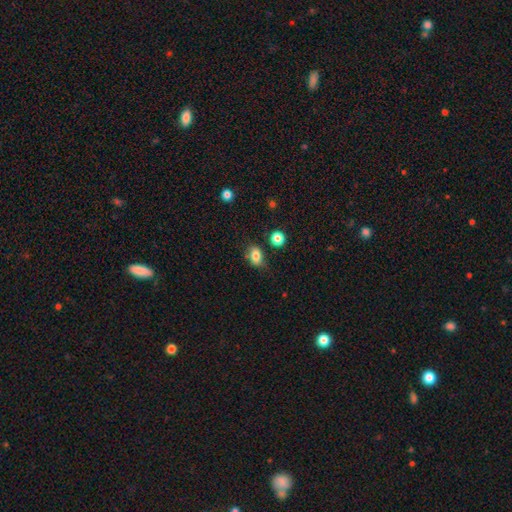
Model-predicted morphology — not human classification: The model was most divided on "how rounded": in between: 74%, round: 25%, cigar-shaped: 2%. More confident: smooth or featured — smooth (81%); merging — none (71%).